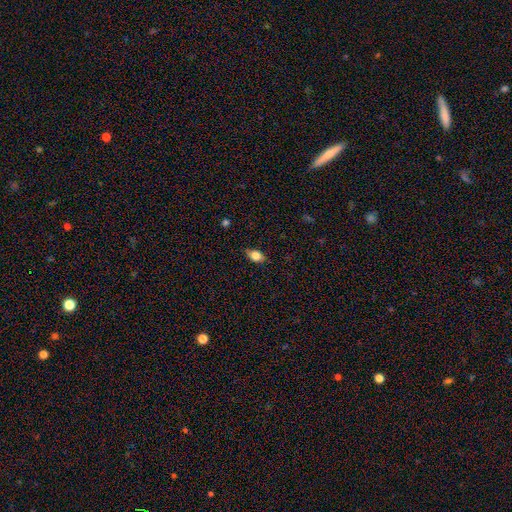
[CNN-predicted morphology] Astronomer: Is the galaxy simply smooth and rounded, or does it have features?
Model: smooth — 79%.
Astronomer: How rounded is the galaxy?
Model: in between — 79%.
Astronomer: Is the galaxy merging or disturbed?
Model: none — 81%.